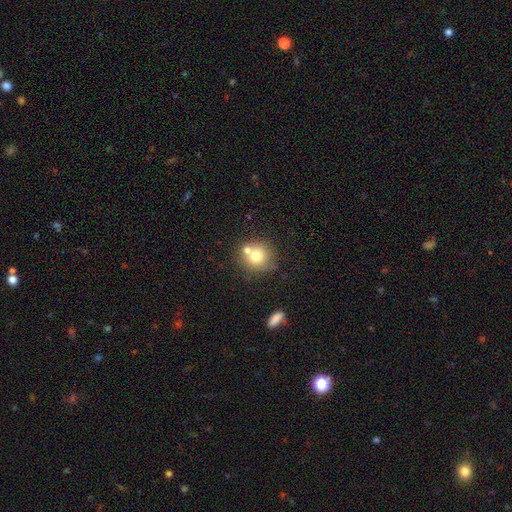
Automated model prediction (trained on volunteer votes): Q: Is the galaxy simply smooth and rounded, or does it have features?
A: smooth — 71%.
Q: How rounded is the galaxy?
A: round — 89%.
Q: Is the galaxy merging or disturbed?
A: none — 58%.